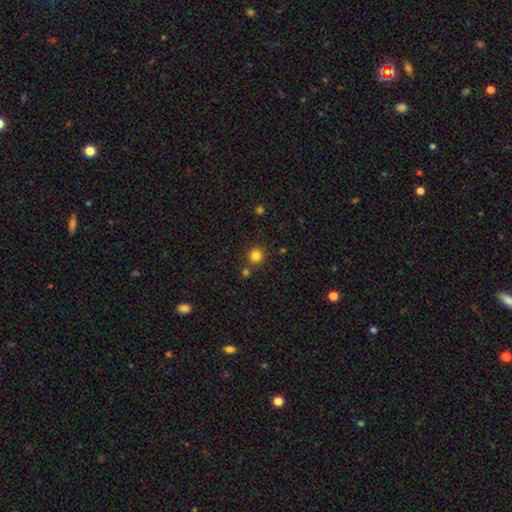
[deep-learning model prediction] The model was most divided on "smooth or featured": smooth: 82%, star or artifact: 13%, featured or disk: 5%. More confident: how rounded — round (94%); merging — none (83%).